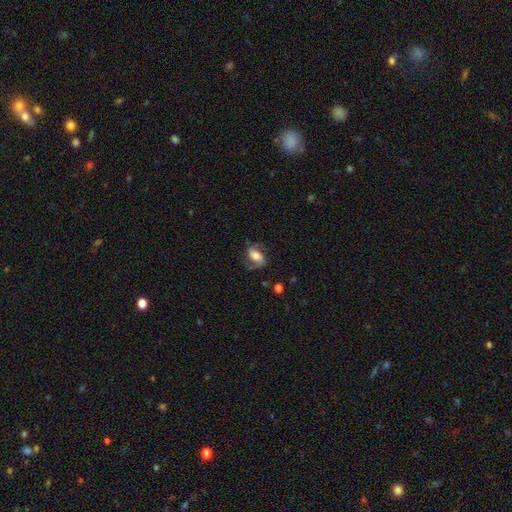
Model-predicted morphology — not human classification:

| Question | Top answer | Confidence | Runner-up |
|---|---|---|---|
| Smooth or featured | featured or disk | 63% | smooth (30%) |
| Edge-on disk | no | 95% | yes (5%) |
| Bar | no | 38% | weak (36%) |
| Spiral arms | yes | 90% | no (10%) |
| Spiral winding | medium | 44% | loose (36%) |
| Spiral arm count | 2 | 84% | 1 (8%) |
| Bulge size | moderate | 51% | large (25%) |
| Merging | none | 66% | minor disturbance (19%) |